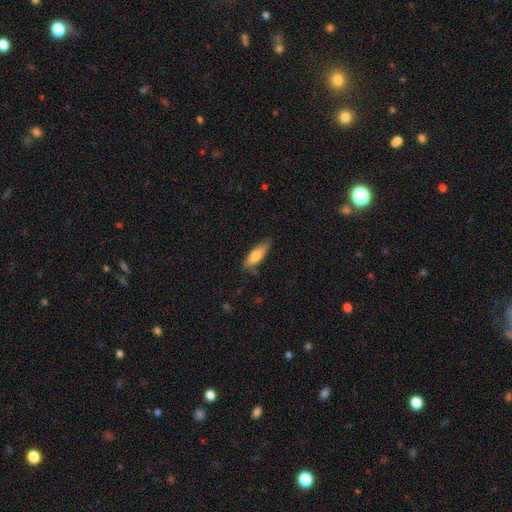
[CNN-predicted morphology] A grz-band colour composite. It shows a smooth galaxy with no disk features (76%) that is in between round and cigar-shaped (53%). Merging: none (76%).